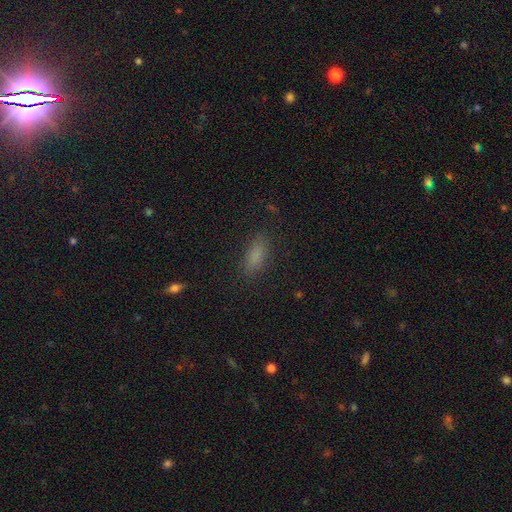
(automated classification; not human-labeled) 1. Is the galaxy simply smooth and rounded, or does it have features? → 82% smooth, 12% star or artifact, 6% featured or disk.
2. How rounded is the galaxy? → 75% in between, 21% cigar-shaped, 4% round.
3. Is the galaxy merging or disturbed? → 85% none, 11% minor disturbance, 4% major disturbance, 1% merger.